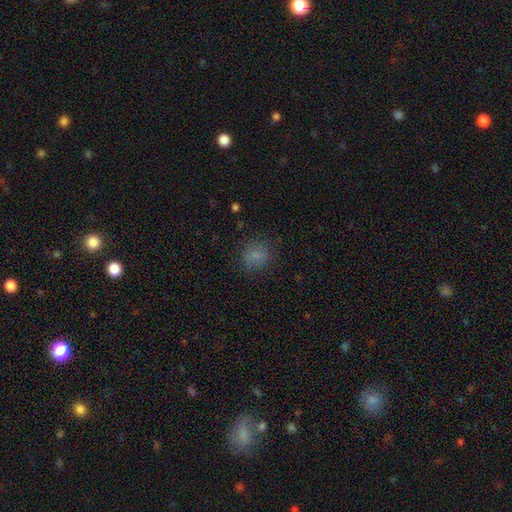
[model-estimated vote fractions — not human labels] smooth 79%, star or artifact 13%, featured or disk 8%. Down the decision tree: how rounded — round (79%); merging — none (81%).